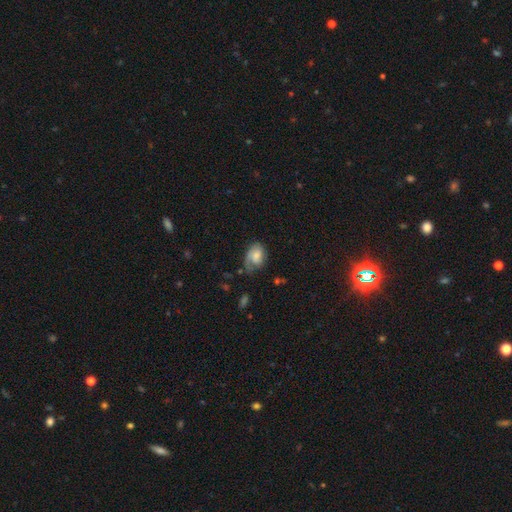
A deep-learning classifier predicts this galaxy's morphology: smooth 46% (tied), featured or disk 46% (tied), star or artifact 8%. Down the decision tree: merging — none (46%).